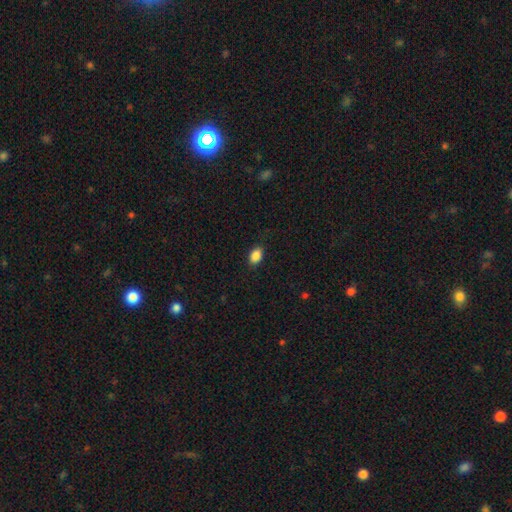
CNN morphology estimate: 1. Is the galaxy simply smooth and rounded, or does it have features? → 88% smooth, 8% star or artifact, 4% featured or disk.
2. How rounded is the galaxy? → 86% in between, 12% round, 1% cigar-shaped.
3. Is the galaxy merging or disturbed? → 87% none, 9% minor disturbance, 2% major disturbance, 1% merger.